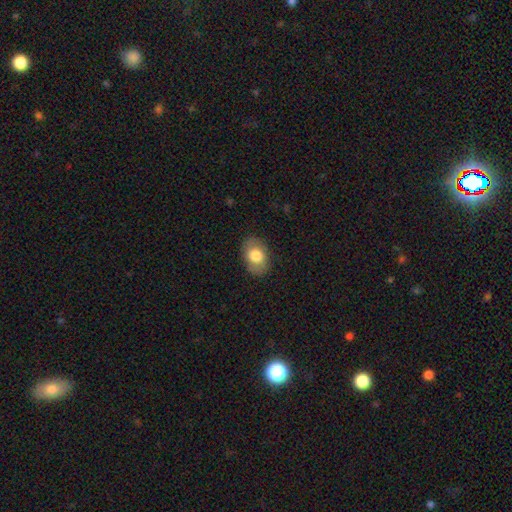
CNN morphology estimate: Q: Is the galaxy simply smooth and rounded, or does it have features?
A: smooth — 76%.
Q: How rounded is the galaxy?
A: in between — 81%.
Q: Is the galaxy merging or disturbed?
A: none — 84%.